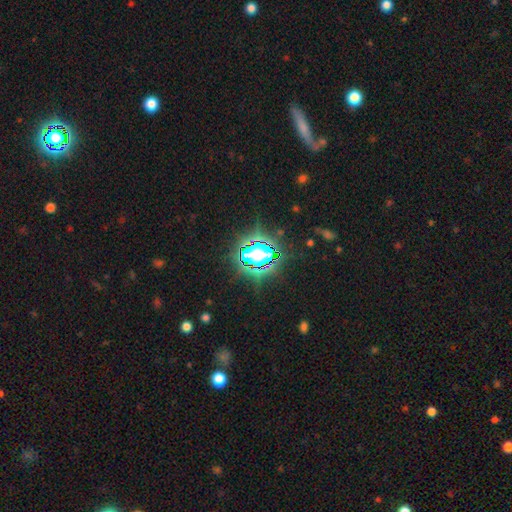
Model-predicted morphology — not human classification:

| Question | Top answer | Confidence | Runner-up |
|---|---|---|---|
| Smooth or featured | star or artifact | 76% | smooth (15%) |